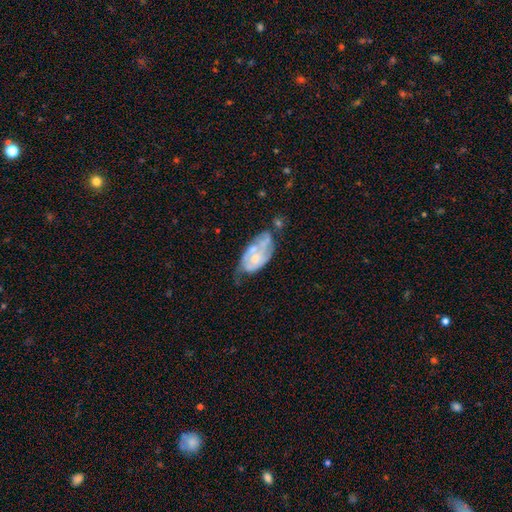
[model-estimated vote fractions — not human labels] Morphology: type=featured or disk (67%); edge-on=no (95%); bar=no (78%); spiral arms=yes (64%); bulge=small (47%); merging=none (34%).